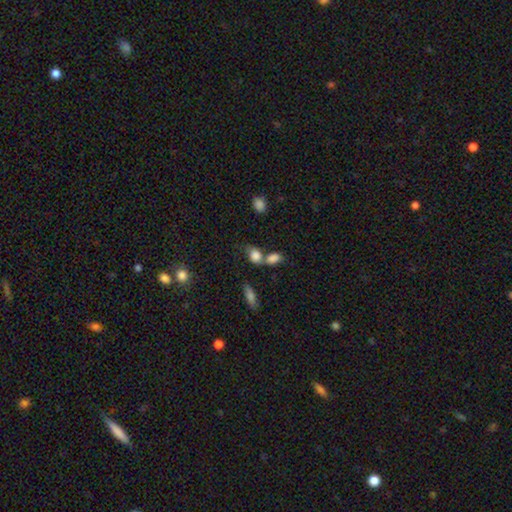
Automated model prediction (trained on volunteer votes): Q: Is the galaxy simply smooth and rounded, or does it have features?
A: smooth — 80%.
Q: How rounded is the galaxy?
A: in between — 64%.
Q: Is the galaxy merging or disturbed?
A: merger — 43%.